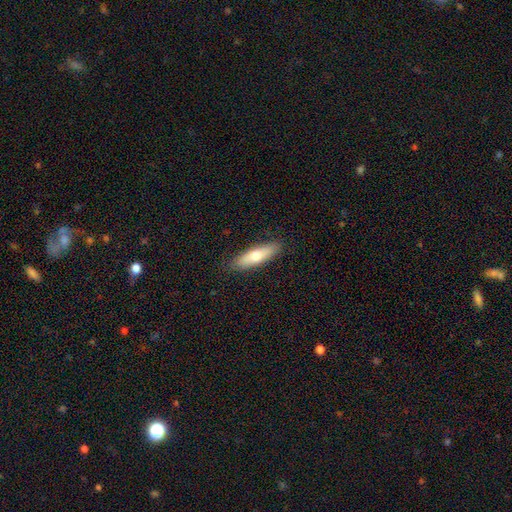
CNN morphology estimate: type=smooth (66%); roundness=cigar-shaped (63%); merging=none (88%).